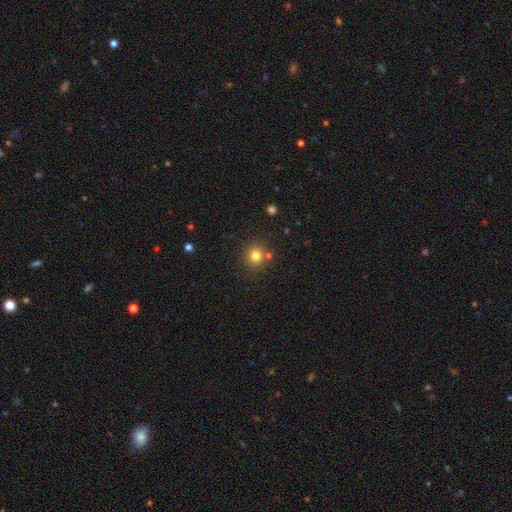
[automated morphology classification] A smooth galaxy with no disk features (80%) that is round (90%). Merging: none (79%).